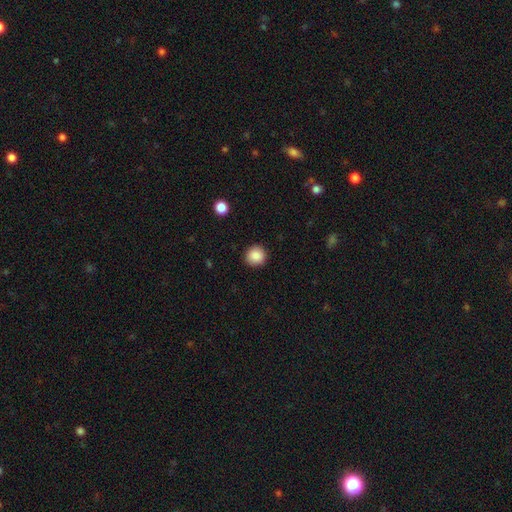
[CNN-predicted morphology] smooth 88%, star or artifact 9%, featured or disk 3%. Down the decision tree: how rounded — round (92%); merging — none (91%).